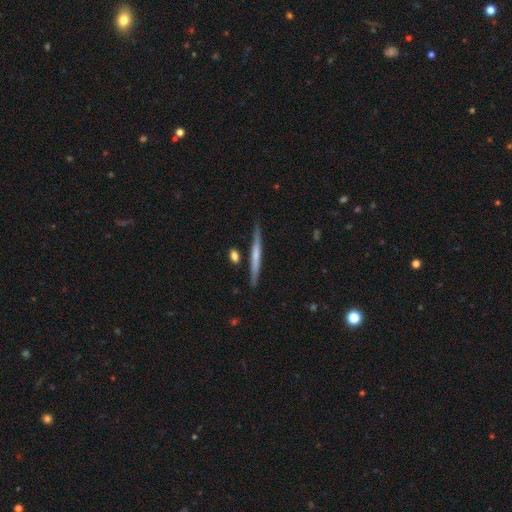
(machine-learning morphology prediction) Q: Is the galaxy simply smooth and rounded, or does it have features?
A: featured or disk — 51%.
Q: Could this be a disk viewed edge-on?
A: yes — 96%.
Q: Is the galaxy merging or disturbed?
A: none — 85%.